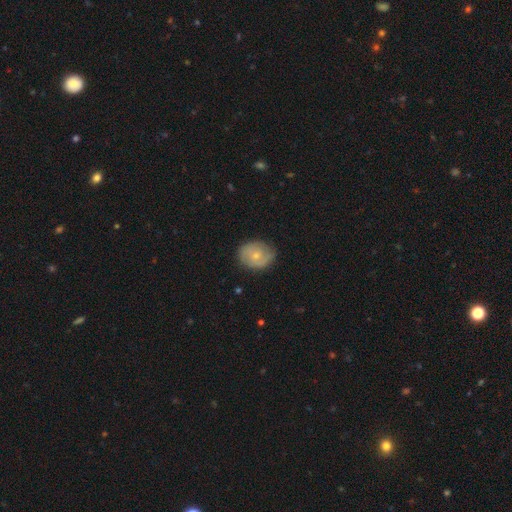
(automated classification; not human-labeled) Q: Smooth or featured?
A: smooth (51%); runner-up: featured or disk (43%)
Q: How rounded?
A: round (57%); runner-up: in between (42%)
Q: Merging?
A: none (76%); runner-up: minor disturbance (19%)